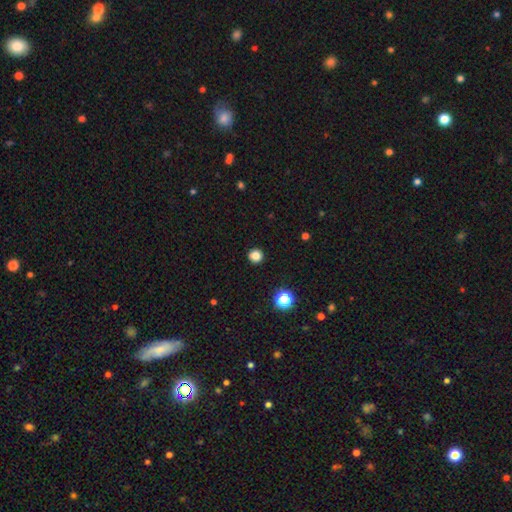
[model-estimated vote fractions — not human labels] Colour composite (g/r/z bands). It shows a smooth galaxy with no disk features (83%) that is round (94%). Merging: none (93%).